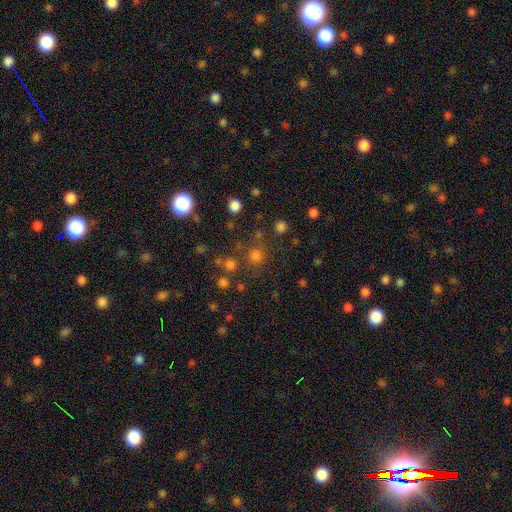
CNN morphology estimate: smooth_or_featured: smooth (p=0.64) [alt: star or artifact p=0.29]
how_rounded: round (p=0.92) [alt: in between p=0.07]
merging: none (p=0.77) [alt: merger p=0.09]